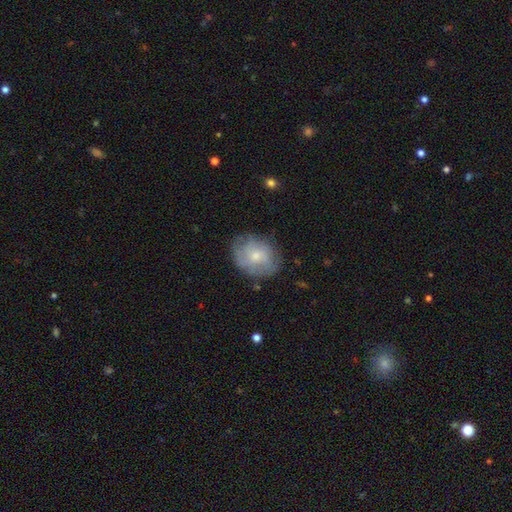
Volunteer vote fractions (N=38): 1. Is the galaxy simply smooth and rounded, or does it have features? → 53% smooth, 45% featured or disk, 3% star or artifact.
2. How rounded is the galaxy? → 60% round, 40% in between, 0% cigar-shaped.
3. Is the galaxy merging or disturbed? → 65% none, 24% minor disturbance, 5% major disturbance, 5% merger.